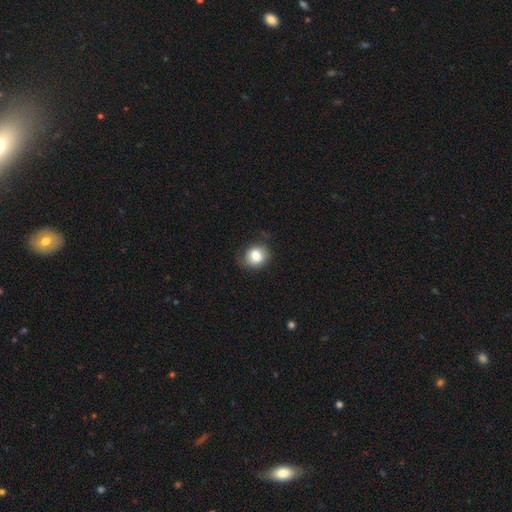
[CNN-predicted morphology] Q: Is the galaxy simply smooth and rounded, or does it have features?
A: smooth — 80%.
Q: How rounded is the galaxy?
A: round — 66%.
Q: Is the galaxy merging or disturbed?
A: none — 71%.